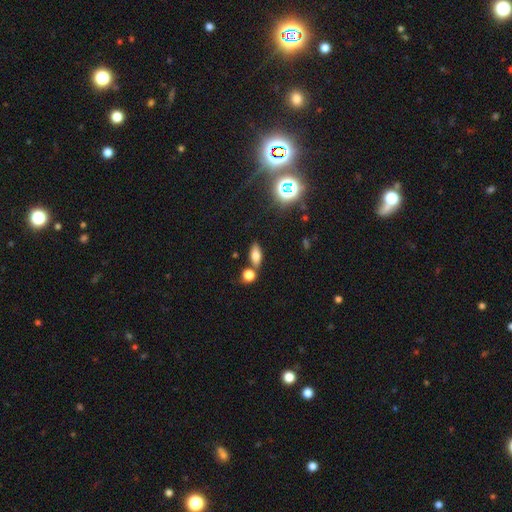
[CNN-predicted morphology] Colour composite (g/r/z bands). It shows a smooth galaxy with no disk features (73%) that is in between round and cigar-shaped (80%). Merging: none (68%).